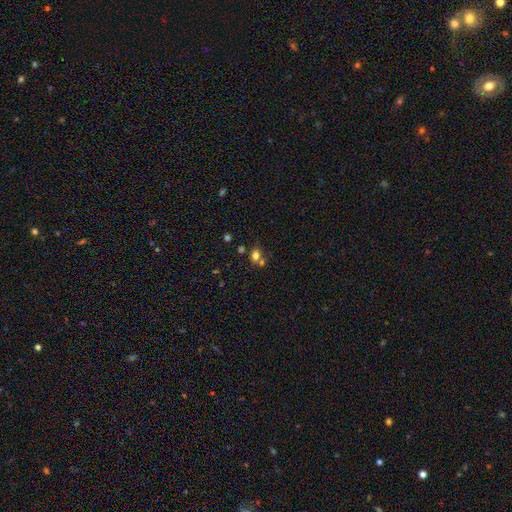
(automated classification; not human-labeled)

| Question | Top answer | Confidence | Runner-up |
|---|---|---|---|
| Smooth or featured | smooth | 72% | star or artifact (17%) |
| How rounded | round | 55% | in between (44%) |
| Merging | none | 51% | merger (32%) |